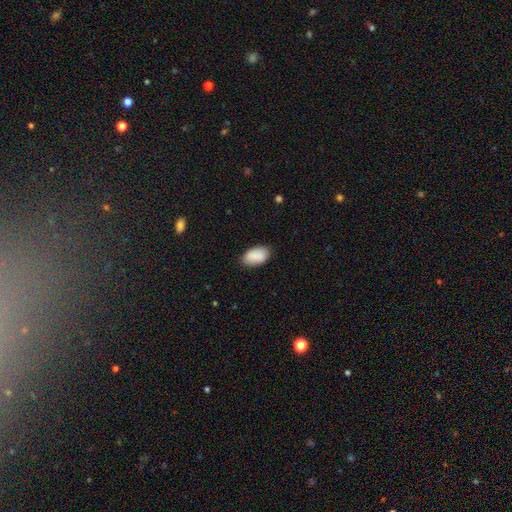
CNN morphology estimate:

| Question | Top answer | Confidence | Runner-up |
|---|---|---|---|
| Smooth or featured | smooth | 88% | star or artifact (6%) |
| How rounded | in between | 94% | round (5%) |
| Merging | none | 83% | minor disturbance (13%) |